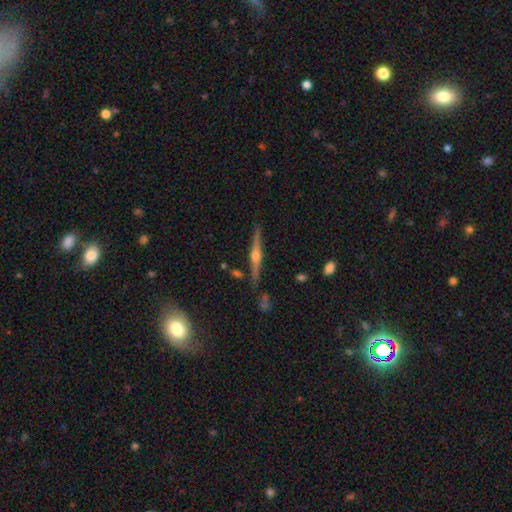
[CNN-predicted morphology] Smooth or featured? featured or disk (84%)
Edge-on disk? yes (98%)
Edge-on bulge? rounded (94%)
Merging? none (86%)